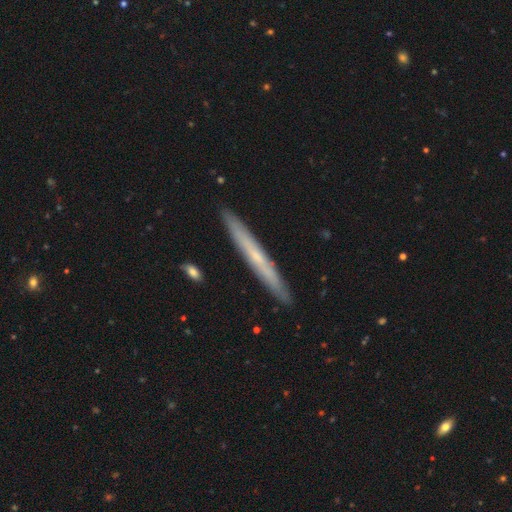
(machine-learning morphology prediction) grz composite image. It shows a featured or disk galaxy (56%) viewed edge-on (93%) with no central bulge (67%). Merging: none (91%).